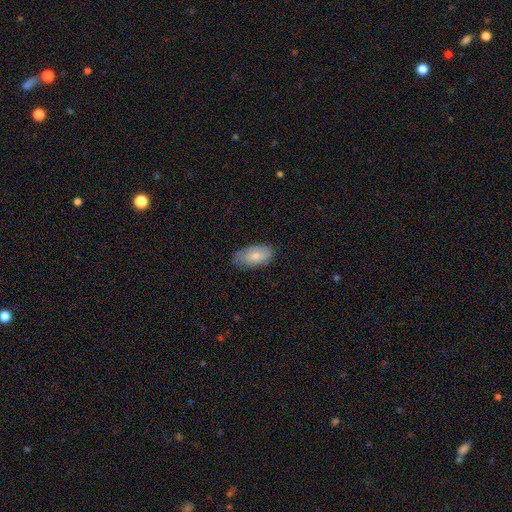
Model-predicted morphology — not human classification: Smooth or featured: smooth — 78% (featured or disk — 16%)
How rounded: in between — 94% (round — 3%)
Merging: none — 67% (minor disturbance — 27%)